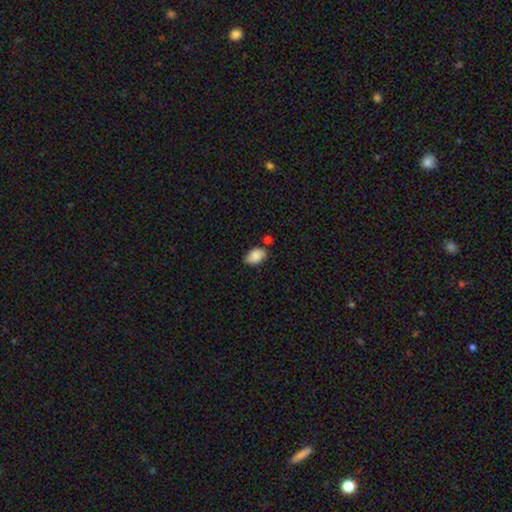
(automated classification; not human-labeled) Smooth or featured?
  - smooth: 85% *
  - featured or disk: 7%
  - star or artifact: 7%
How rounded?
  - in between: 90% *
  - round: 8%
  - cigar-shaped: 1%
Merging?
  - none: 70% *
  - minor disturbance: 19%
  - merger: 7%
  - major disturbance: 3%